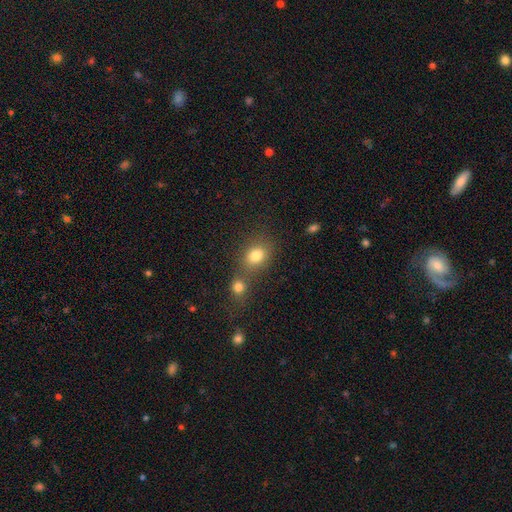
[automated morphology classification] Overall: smooth (80%). How rounded: in between (54%; round 45%). Merging: none (47%; merger 39%).